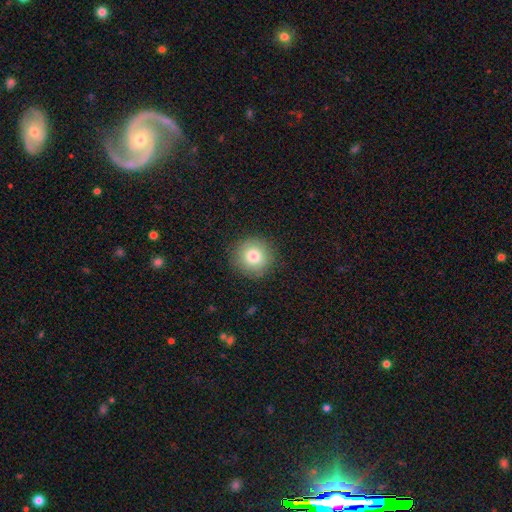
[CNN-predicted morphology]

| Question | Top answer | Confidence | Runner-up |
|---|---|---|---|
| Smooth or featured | smooth | 80% | star or artifact (10%) |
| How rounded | round | 94% | in between (5%) |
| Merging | none | 89% | minor disturbance (8%) |